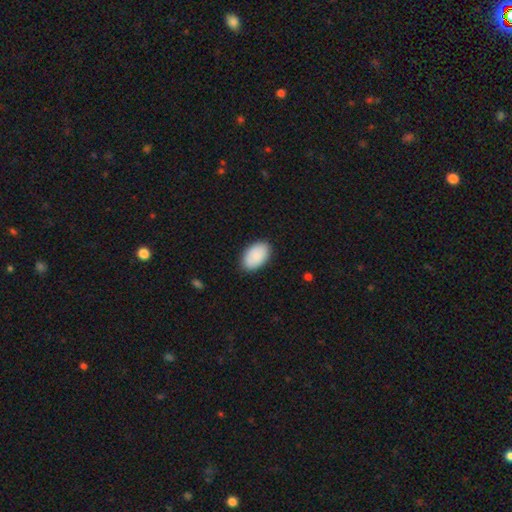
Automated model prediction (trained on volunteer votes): smooth_or_featured: smooth (p=0.91) [alt: star or artifact p=0.06]
how_rounded: in between (p=0.95) [alt: round p=0.04]
merging: none (p=0.88) [alt: minor disturbance p=0.09]